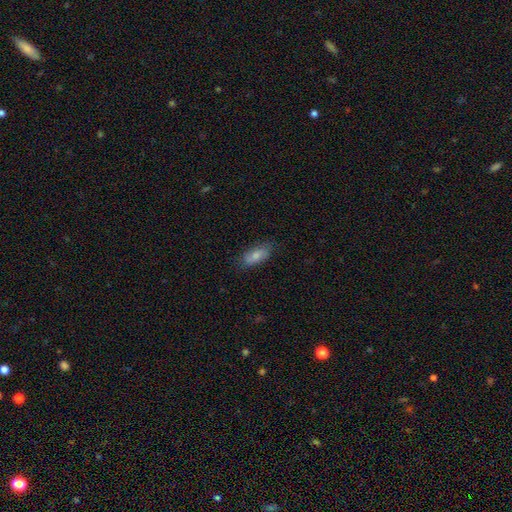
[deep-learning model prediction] This is likely a smooth galaxy (75%). How rounded: clearly in between (81%). Merging: likely none (74%).